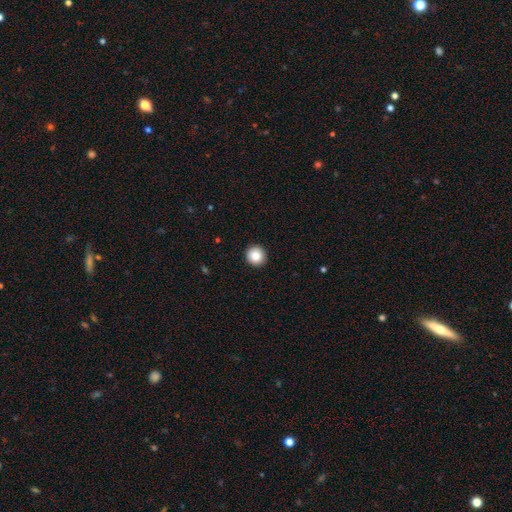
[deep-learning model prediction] Smooth or featured? Predicted: smooth (p=0.86). How rounded? Predicted: round (p=0.94). Merging? Predicted: none (p=0.93).